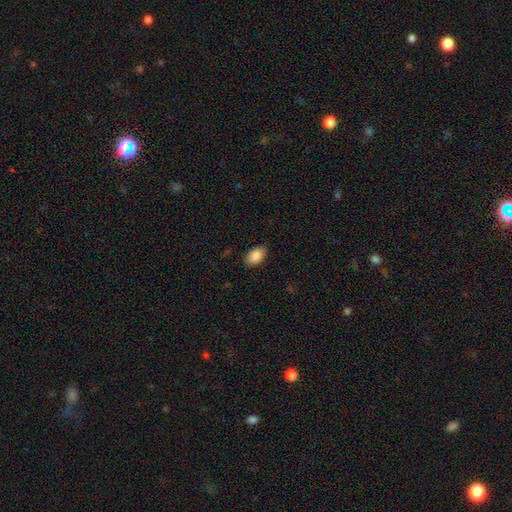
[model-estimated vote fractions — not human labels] This appears to be a smooth galaxy with no disk features (89%) that is in between round and cigar-shaped (92%). Merging: none (87%).